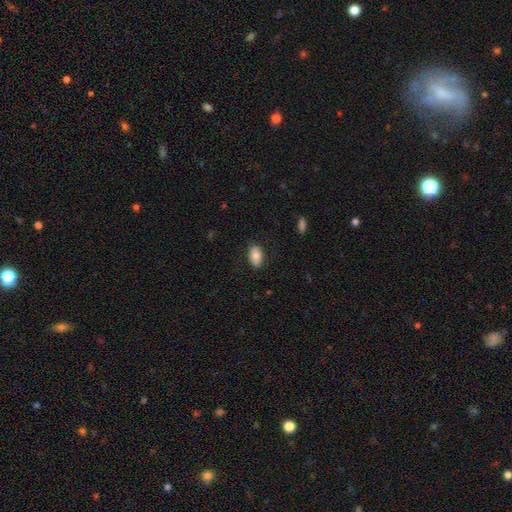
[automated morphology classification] Overall: smooth (77%). How rounded: in between (90%). Merging: none (84%).